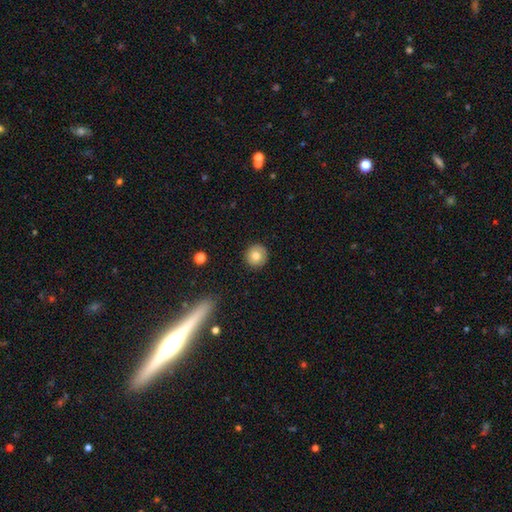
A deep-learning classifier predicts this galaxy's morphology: smooth 77%, featured or disk 14%, star or artifact 9%. Down the decision tree: how rounded — round (94%); merging — none (91%).